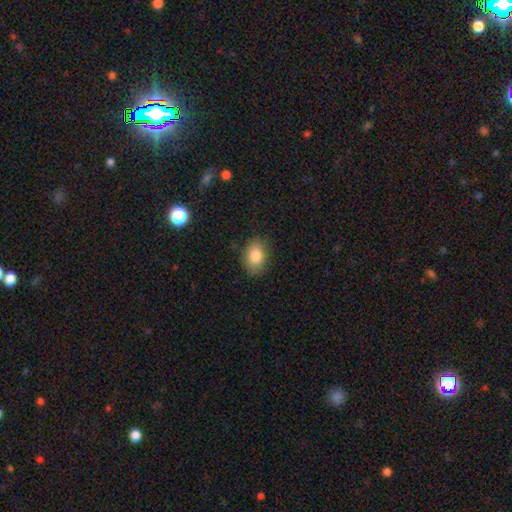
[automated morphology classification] Smooth or featured: smooth — 83% (featured or disk — 9%)
How rounded: in between — 78% (round — 21%)
Merging: none — 85% (minor disturbance — 11%)